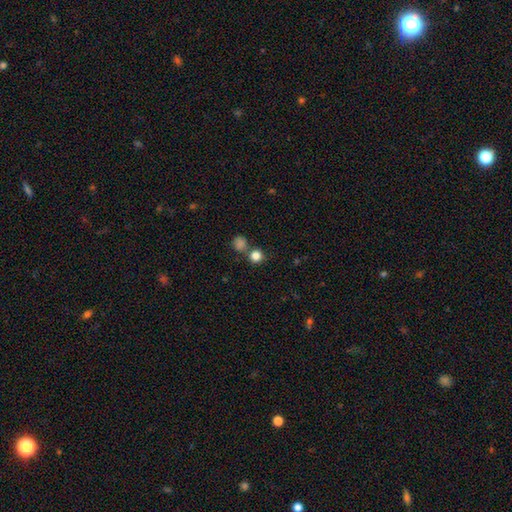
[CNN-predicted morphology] The model was most divided on "merging": none: 65%, merger: 24%, minor disturbance: 8%, major disturbance: 4%. More confident: how rounded — round (91%); smooth or featured — smooth (82%).